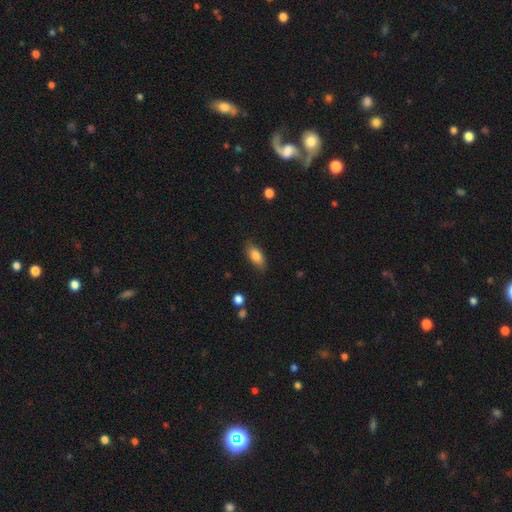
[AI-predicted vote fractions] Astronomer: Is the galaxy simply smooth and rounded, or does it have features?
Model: smooth — 82%.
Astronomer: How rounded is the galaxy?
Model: in between — 86%.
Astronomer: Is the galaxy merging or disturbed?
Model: none — 83%.